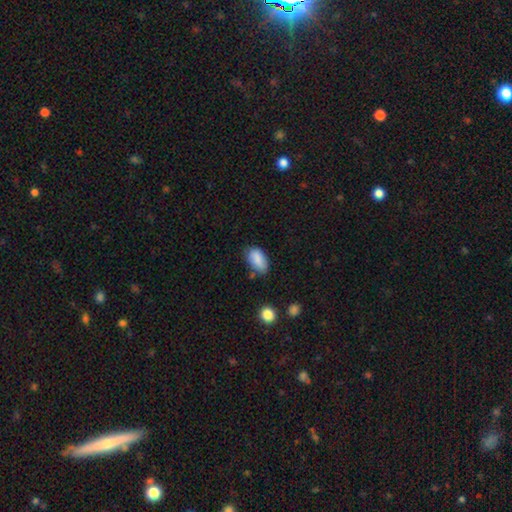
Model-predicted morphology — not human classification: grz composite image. It shows a smooth galaxy with no disk features (86%) that is in between round and cigar-shaped (92%). Merging: none (67%).